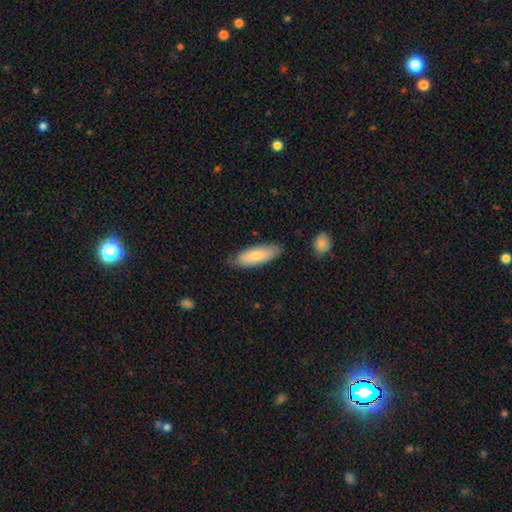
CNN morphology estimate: smooth-or-featured: smooth: 80% | featured or disk: 14% | star or artifact: 5%
  how-rounded: in between: 63% | cigar-shaped: 35% | round: 2%
  merging: none: 80% | minor disturbance: 16% | major disturbance: 3% | merger: 2%